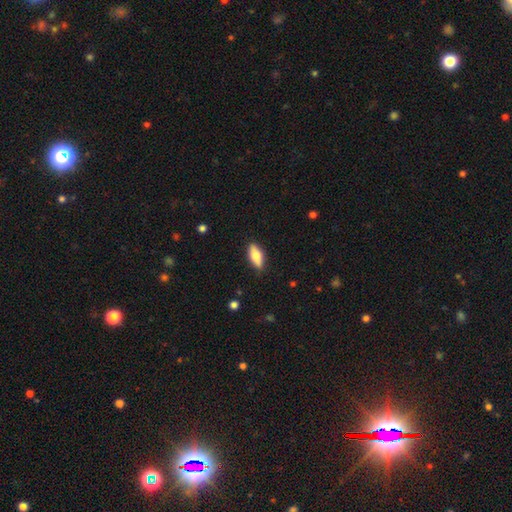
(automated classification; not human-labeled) A smooth galaxy with no disk features (65%) that is in between round and cigar-shaped (71%).

Vote fractions:
- Smooth or featured? smooth: 65% / featured or disk: 29% / star or artifact: 6%
- How rounded? in between: 71% / cigar-shaped: 26% / round: 3%
- Merging? none: 88% / minor disturbance: 9% / major disturbance: 2% / merger: 1%